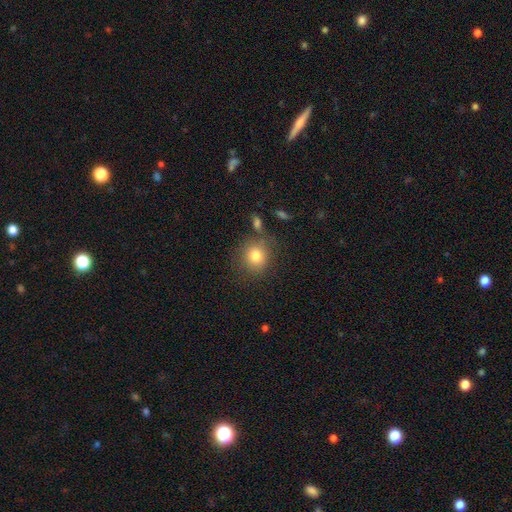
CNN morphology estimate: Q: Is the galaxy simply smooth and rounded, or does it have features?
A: smooth — 80%.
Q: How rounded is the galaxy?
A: round — 86%.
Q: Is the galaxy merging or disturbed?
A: none — 76%.